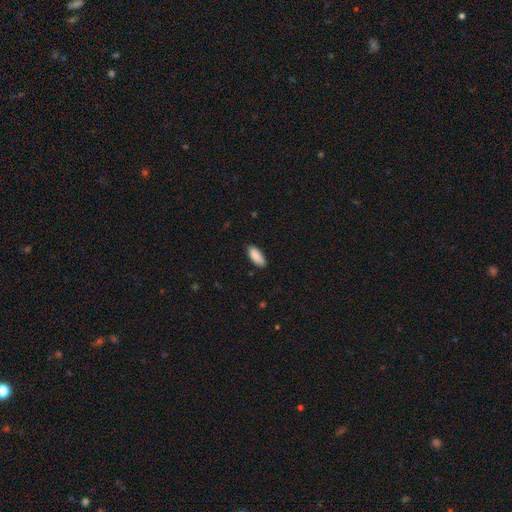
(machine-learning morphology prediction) This appears to be a smooth galaxy with no disk features (88%) that is in between round and cigar-shaped (85%). Merging: none (83%).